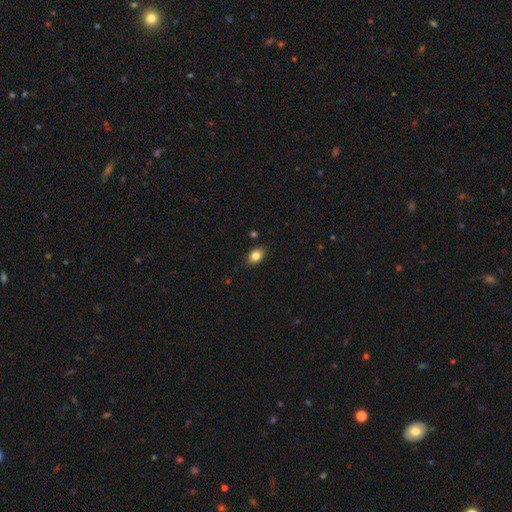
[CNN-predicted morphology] Q: Smooth or featured?
A: smooth (82%); runner-up: star or artifact (9%)
Q: How rounded?
A: in between (75%); runner-up: round (24%)
Q: Merging?
A: none (86%); runner-up: minor disturbance (10%)